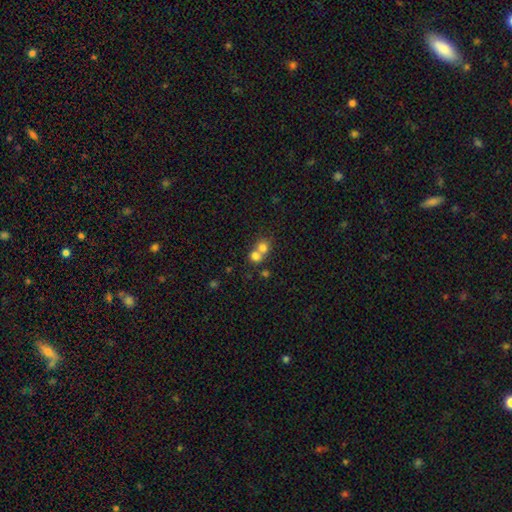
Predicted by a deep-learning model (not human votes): smooth 76%, featured or disk 12%, star or artifact 12%. Down the decision tree: how rounded — round (77%); merging — merger (63%).